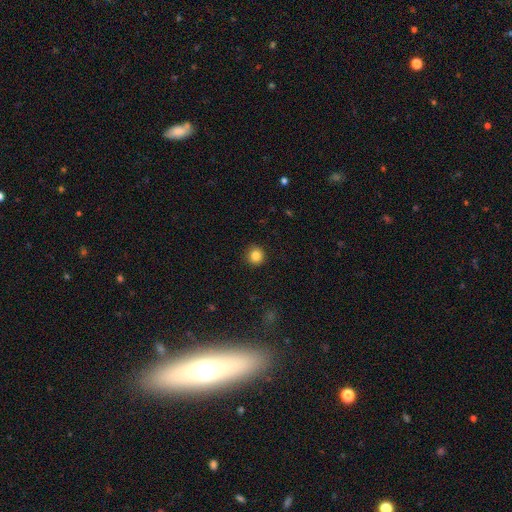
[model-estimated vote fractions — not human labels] Smooth or featured: smooth — 84% (star or artifact — 11%)
How rounded: round — 94% (in between — 5%)
Merging: none — 92% (minor disturbance — 5%)